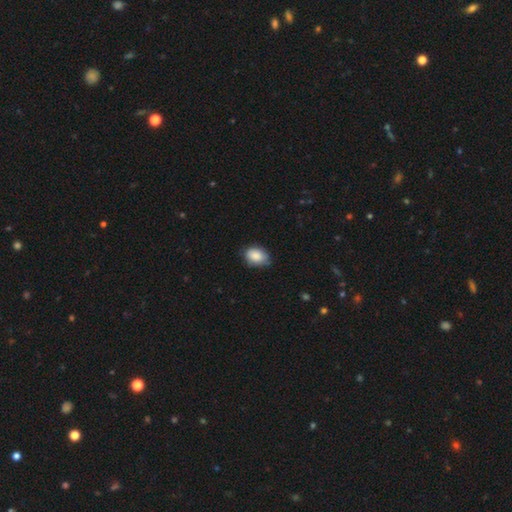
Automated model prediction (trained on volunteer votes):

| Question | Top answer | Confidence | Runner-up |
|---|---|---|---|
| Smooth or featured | smooth | 88% | star or artifact (7%) |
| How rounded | in between | 77% | round (22%) |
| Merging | none | 73% | minor disturbance (22%) |